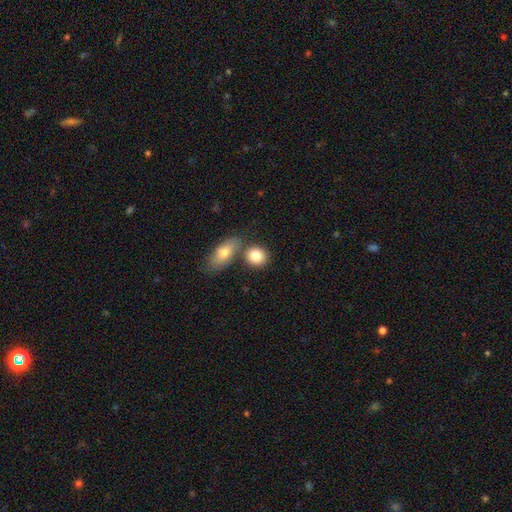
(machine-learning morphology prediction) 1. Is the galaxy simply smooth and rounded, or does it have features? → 83% smooth, 10% featured or disk, 7% star or artifact.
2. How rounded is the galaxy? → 63% round, 35% in between, 3% cigar-shaped.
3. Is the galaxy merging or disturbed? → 60% none, 27% merger, 10% minor disturbance, 3% major disturbance.